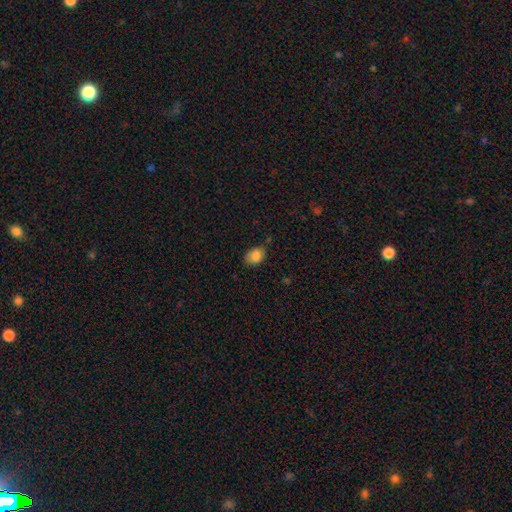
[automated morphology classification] Smooth or featured? smooth (84%)
How rounded? in between (77%)
Merging? none (68%)